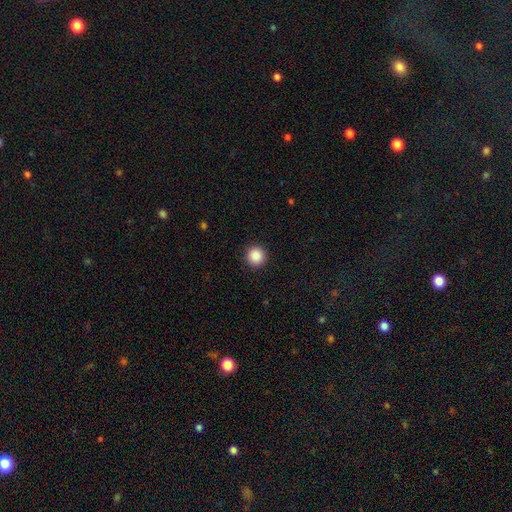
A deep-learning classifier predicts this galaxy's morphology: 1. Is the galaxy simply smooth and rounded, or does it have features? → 89% smooth, 9% star or artifact, 3% featured or disk.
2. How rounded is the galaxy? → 95% round, 4% in between, 1% cigar-shaped.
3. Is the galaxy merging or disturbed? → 92% none, 5% minor disturbance, 2% major disturbance, 1% merger.